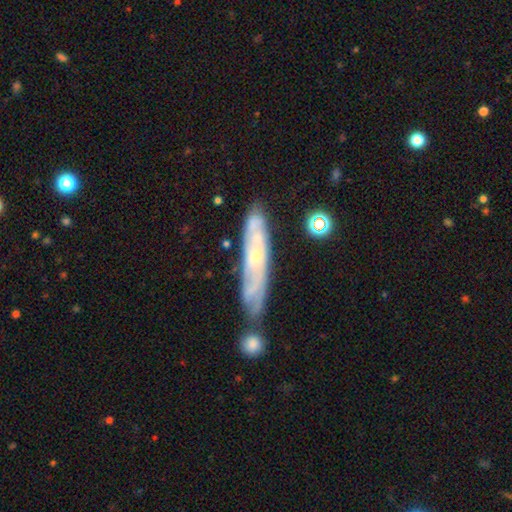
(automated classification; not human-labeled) Overall: featured or disk (72%). Edge-on disk: no (61%; yes 39%). Merging: none (64%).